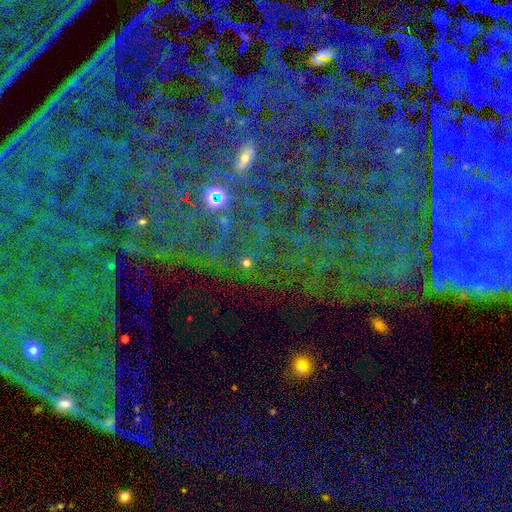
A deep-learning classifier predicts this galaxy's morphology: Smooth or featured?
  - star or artifact: 83% *
  - featured or disk: 9%
  - smooth: 8%